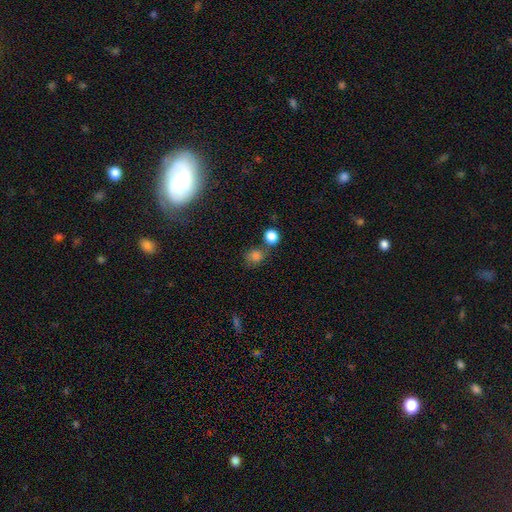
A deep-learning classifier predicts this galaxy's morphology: Overall: smooth (80%). How rounded: round (74%). Merging: none (58%; merger 23%).